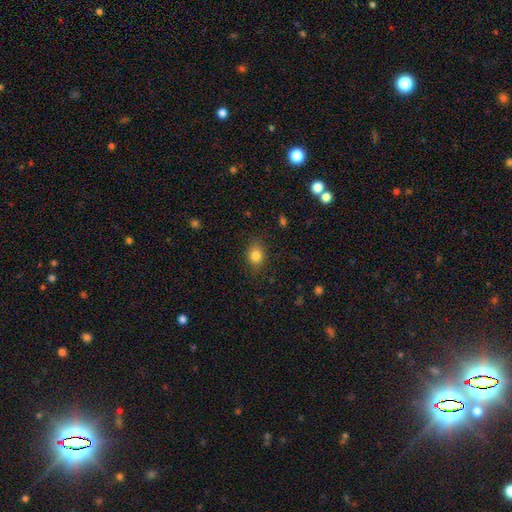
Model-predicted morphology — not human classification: type=smooth (83%); roundness=round (50%); merging=none (83%).